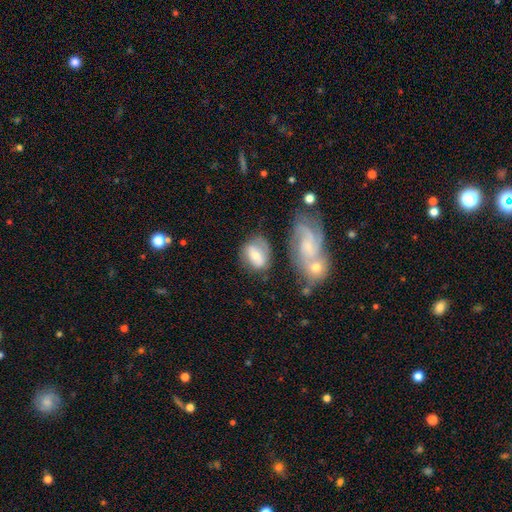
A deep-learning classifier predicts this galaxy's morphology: type=smooth (52%); roundness=in between (66%); merging=none (58%).